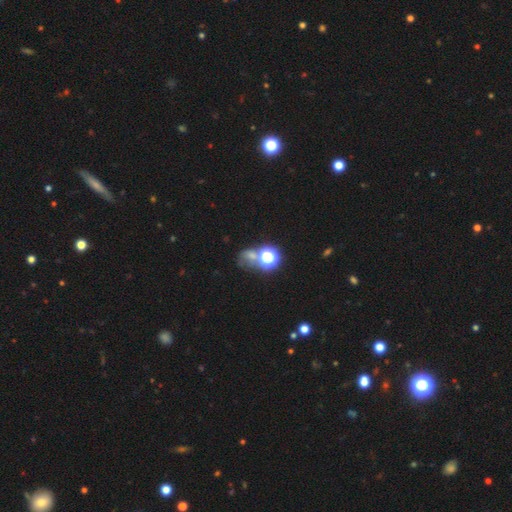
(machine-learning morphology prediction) Q: Smooth or featured?
A: star or artifact (49%); runner-up: smooth (37%)